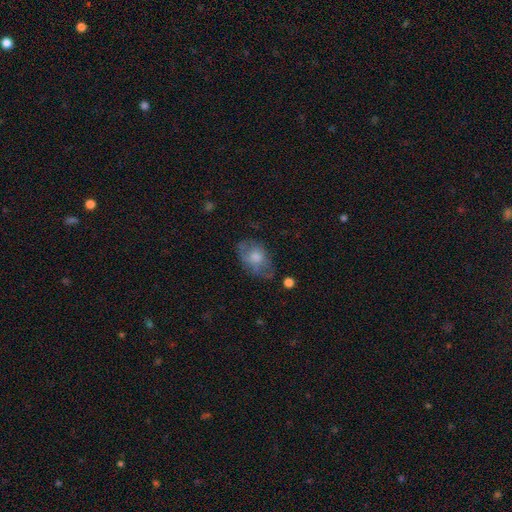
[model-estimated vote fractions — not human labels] This appears to be a smooth galaxy with no disk features (50%) that is in between round and cigar-shaped (83%). Merging: none (57%).